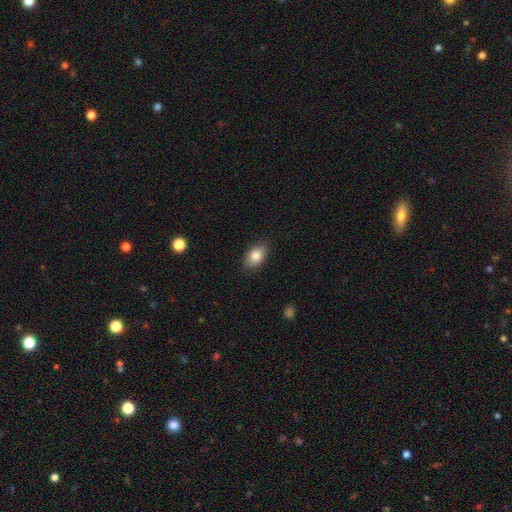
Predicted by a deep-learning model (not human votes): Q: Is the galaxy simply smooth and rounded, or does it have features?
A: smooth — 83%.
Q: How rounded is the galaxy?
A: in between — 89%.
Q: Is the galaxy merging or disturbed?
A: none — 87%.